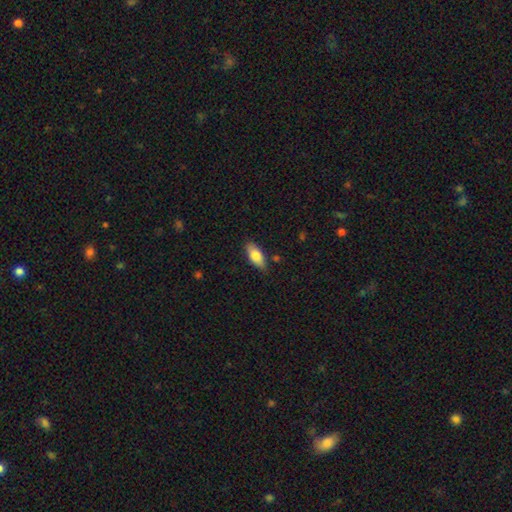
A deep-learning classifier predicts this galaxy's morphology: A smooth galaxy with no disk features (79%) that is in between round and cigar-shaped (83%). Merging: none (83%).